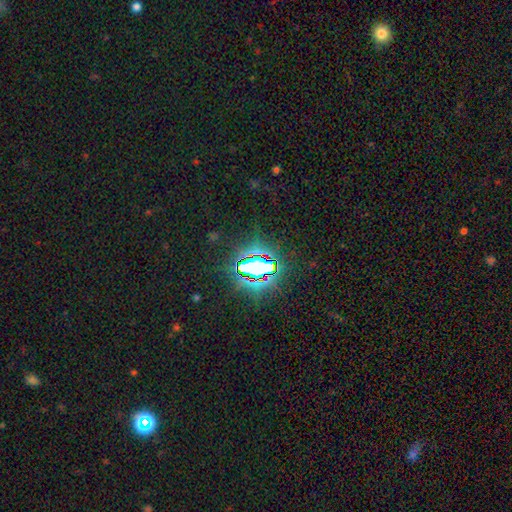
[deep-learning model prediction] Morphology: type=star or artifact (82%).